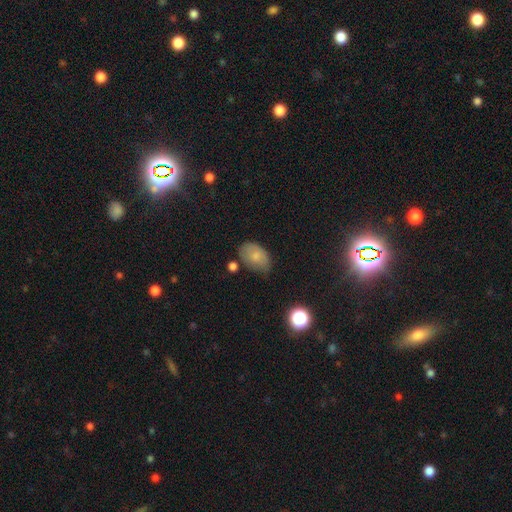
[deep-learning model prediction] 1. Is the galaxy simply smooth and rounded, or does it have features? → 76% smooth, 15% featured or disk, 9% star or artifact.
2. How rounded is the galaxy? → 88% in between, 10% round, 1% cigar-shaped.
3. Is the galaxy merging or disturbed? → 60% none, 28% minor disturbance, 7% major disturbance, 5% merger.